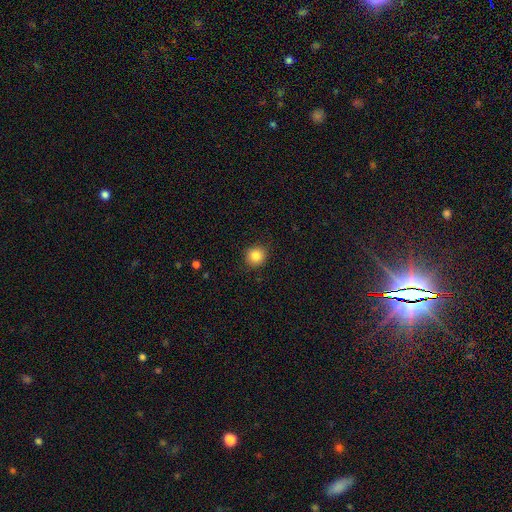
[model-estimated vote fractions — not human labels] Q: Smooth or featured?
A: smooth (85%); runner-up: star or artifact (10%)
Q: How rounded?
A: round (90%); runner-up: in between (9%)
Q: Merging?
A: none (89%); runner-up: minor disturbance (8%)